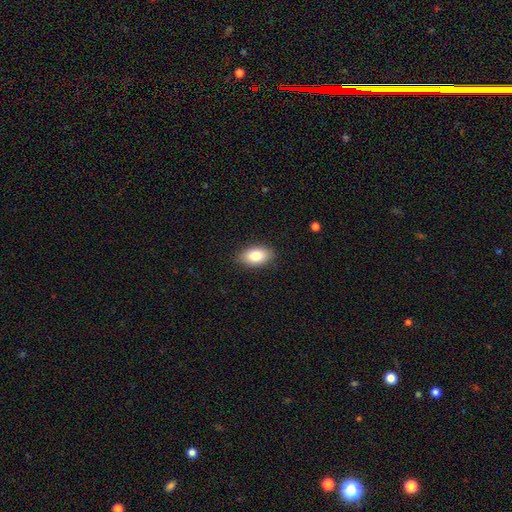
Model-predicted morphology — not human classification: smooth_or_featured: smooth (p=0.81) [alt: featured or disk p=0.11]
how_rounded: in between (p=0.91) [alt: round p=0.06]
merging: none (p=0.87) [alt: minor disturbance p=0.10]